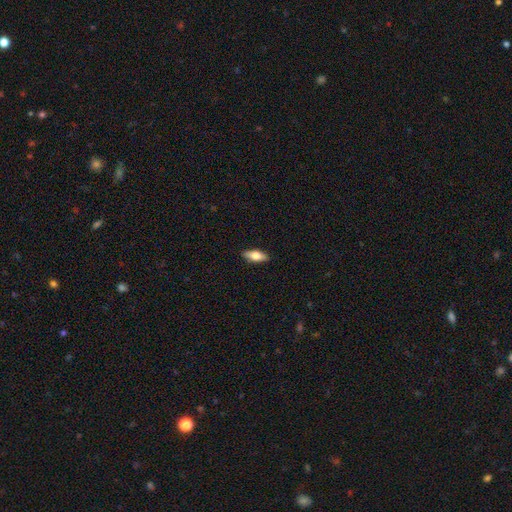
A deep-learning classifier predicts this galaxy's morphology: A smooth galaxy with no disk features (67%) that is in between round and cigar-shaped (73%).

Vote fractions:
- Smooth or featured? smooth: 67% / featured or disk: 27% / star or artifact: 6%
- How rounded? in between: 73% / cigar-shaped: 25% / round: 3%
- Merging? none: 89% / minor disturbance: 8% / major disturbance: 2% / merger: 1%